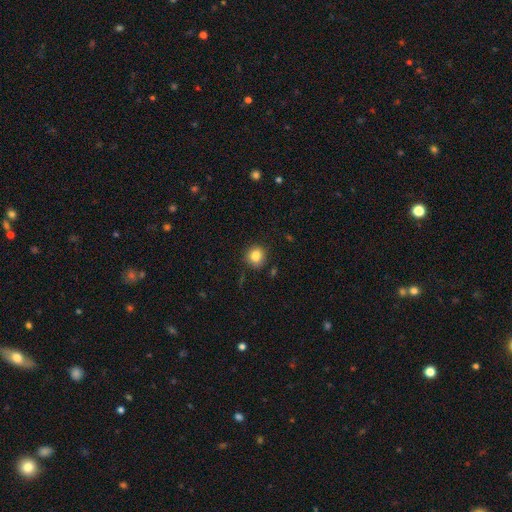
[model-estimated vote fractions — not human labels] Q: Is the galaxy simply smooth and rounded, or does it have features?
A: smooth — 84%.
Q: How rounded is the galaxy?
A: round — 83%.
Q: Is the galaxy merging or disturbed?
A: none — 81%.